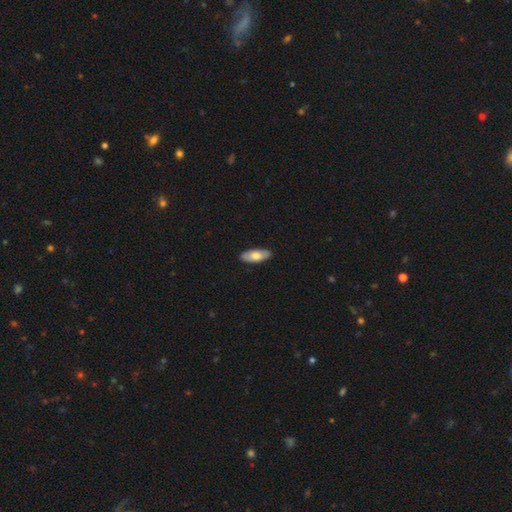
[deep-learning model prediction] A smooth galaxy with no disk features (71%) that is in between round and cigar-shaped (82%).

Vote fractions:
- Smooth or featured? smooth: 71% / featured or disk: 24% / star or artifact: 5%
- How rounded? in between: 82% / cigar-shaped: 16% / round: 2%
- Merging? none: 90% / minor disturbance: 8% / major disturbance: 2% / merger: 1%